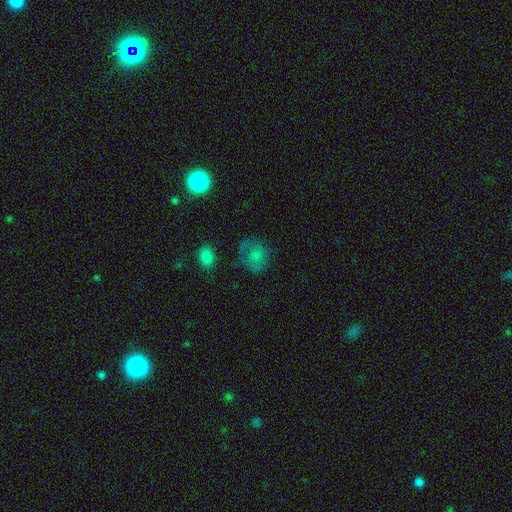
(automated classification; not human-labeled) Overall: smooth (70%). How rounded: round (62%; in between 37%). Merging: none (57%; minor disturbance 24%).